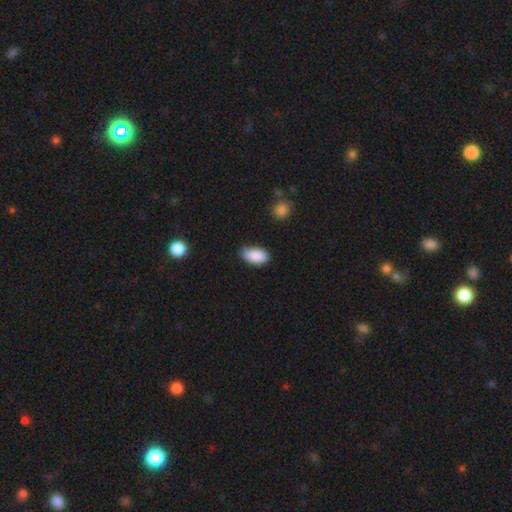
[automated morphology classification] Overall: smooth (89%). How rounded: in between (93%). Merging: none (80%).